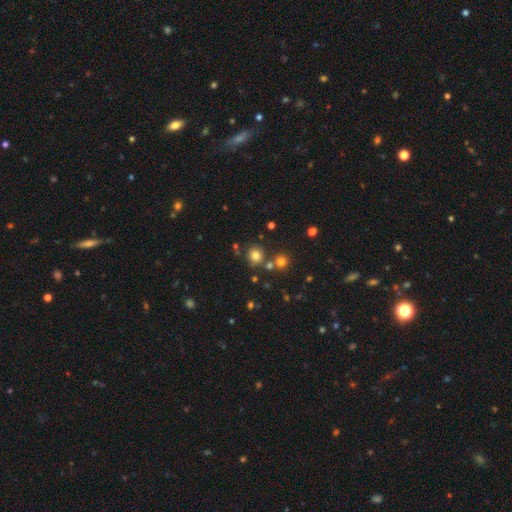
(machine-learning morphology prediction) Overall: smooth (76%). How rounded: round (85%). Merging: none (75%).